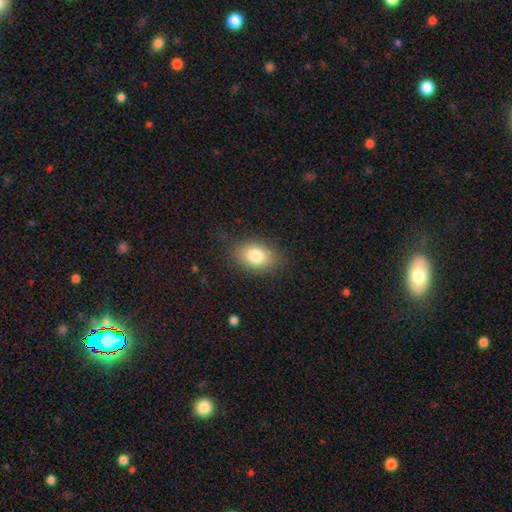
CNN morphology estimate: Smooth or featured: smooth — 81% (featured or disk — 10%)
How rounded: in between — 81% (round — 18%)
Merging: none — 83% (minor disturbance — 12%)